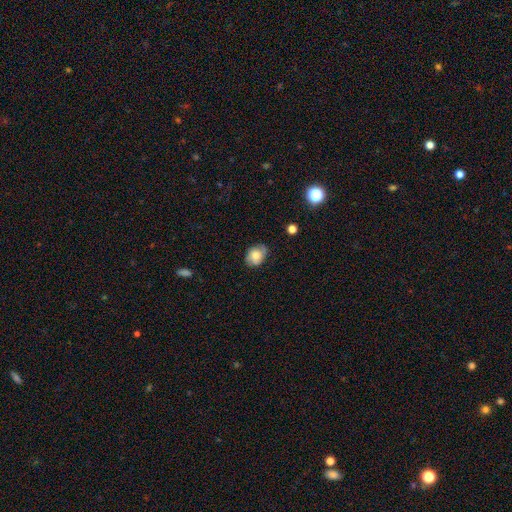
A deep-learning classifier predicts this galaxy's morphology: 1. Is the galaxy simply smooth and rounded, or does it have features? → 64% smooth, 27% featured or disk, 9% star or artifact.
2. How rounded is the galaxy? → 63% in between, 36% round, 1% cigar-shaped.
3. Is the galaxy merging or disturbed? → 72% none, 22% minor disturbance, 5% major disturbance, 1% merger.